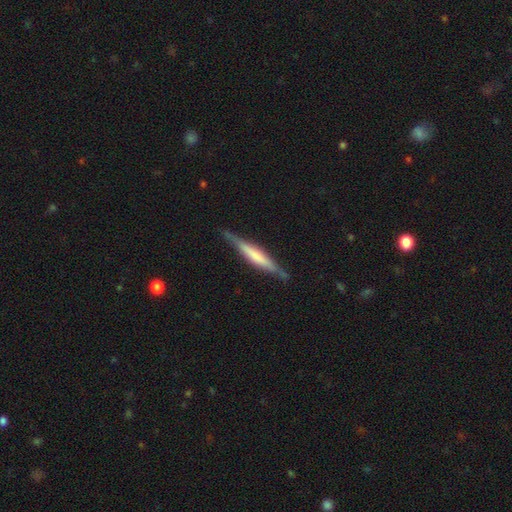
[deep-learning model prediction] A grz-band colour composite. It shows a featured or disk galaxy (56%) viewed edge-on (96%) with a boxy central bulge (36%). Merging: none (84%).